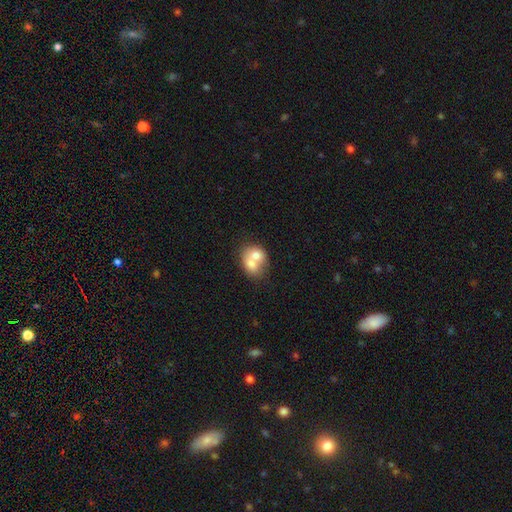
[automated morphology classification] Smooth or featured? smooth (65%)
How rounded? round (52%)
Merging? merger (72%)